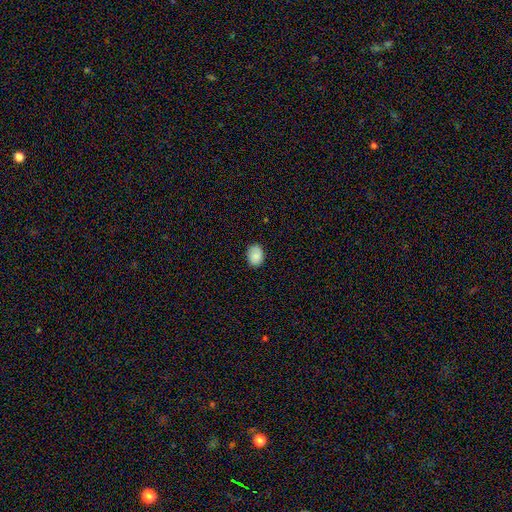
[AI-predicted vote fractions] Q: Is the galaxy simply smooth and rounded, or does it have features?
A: smooth — 83%.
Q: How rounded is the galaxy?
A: in between — 63%.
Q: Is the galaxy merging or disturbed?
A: none — 82%.